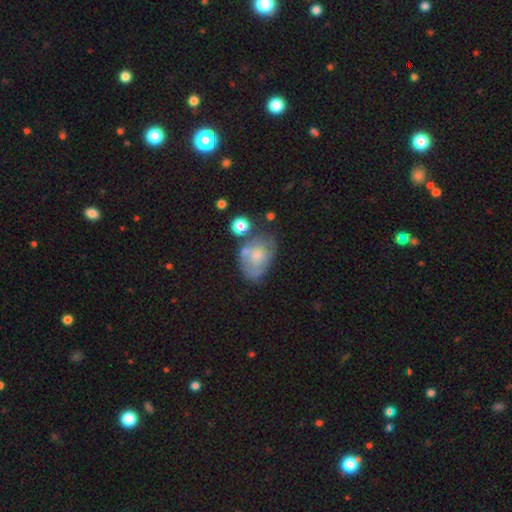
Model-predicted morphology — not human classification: smooth_or_featured: smooth (p=0.56) [alt: featured or disk p=0.35]
how_rounded: in between (p=0.80) [alt: round p=0.19]
merging: none (p=0.43) [alt: minor disturbance p=0.27]